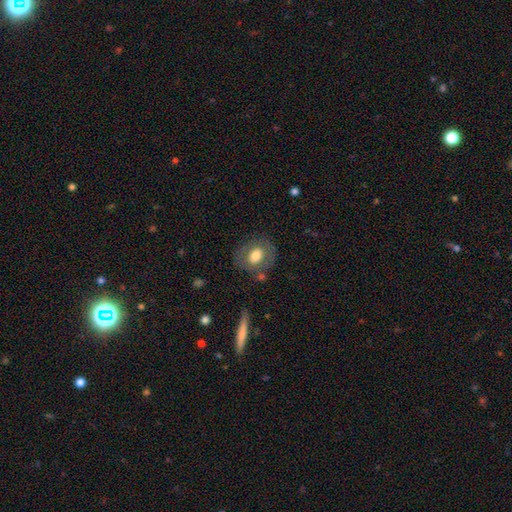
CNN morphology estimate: Smooth or featured? Predicted: smooth (p=0.62). How rounded? Predicted: round (p=0.54). Merging? Predicted: none (p=0.73).